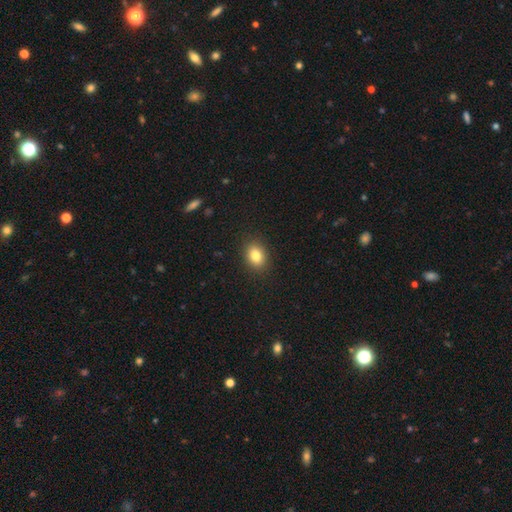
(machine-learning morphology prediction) Overall: smooth (84%). How rounded: in between (71%). Merging: none (89%).